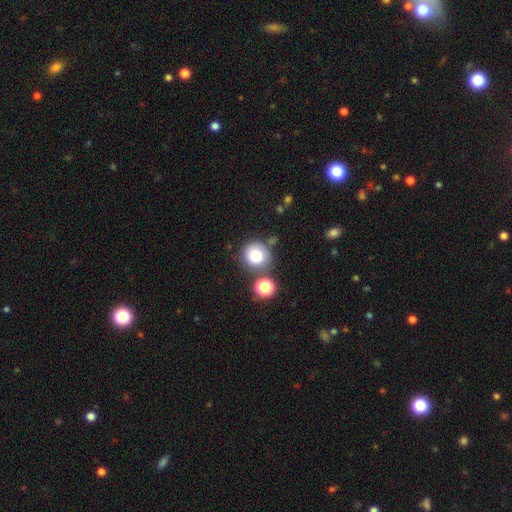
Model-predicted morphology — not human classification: Smooth or featured? Predicted: smooth (p=0.78). How rounded? Predicted: round (p=0.89). Merging? Predicted: none (p=0.68).